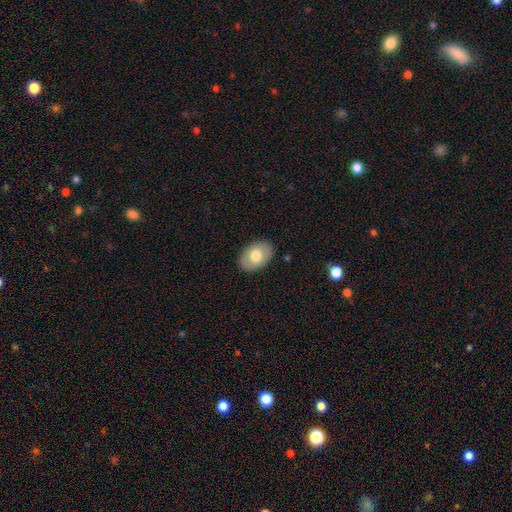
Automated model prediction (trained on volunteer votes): Smooth or featured? smooth (67%)
How rounded? in between (83%)
Merging? none (86%)